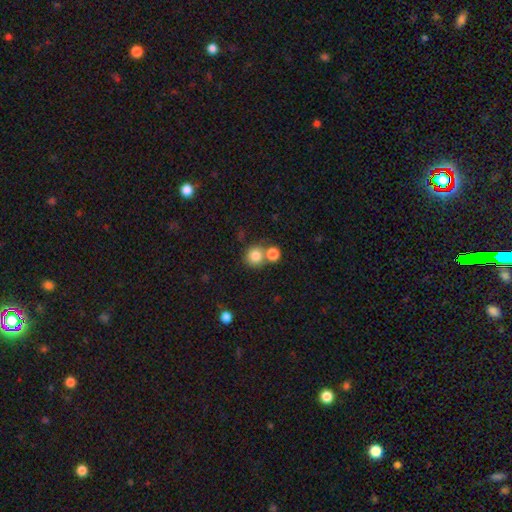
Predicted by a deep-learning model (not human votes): Overall: smooth (81%). How rounded: round (89%). Merging: none (56%; merger 33%).